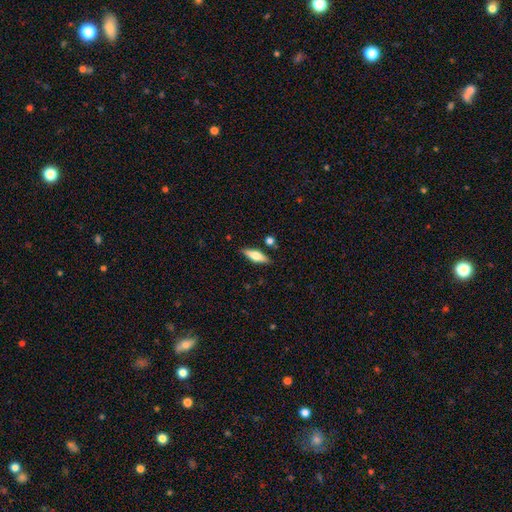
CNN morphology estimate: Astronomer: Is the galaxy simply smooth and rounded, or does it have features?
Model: smooth — 58% (runner-up: featured or disk, 36%).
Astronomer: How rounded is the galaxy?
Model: in between — 51% (runner-up: cigar-shaped, 46%).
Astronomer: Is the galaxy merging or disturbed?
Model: none — 84%.